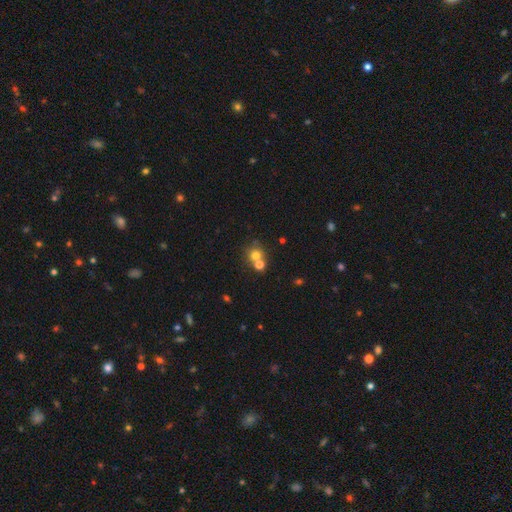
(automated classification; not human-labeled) A smooth galaxy with no disk features (69%) that is round (85%). Merging: none (49%).